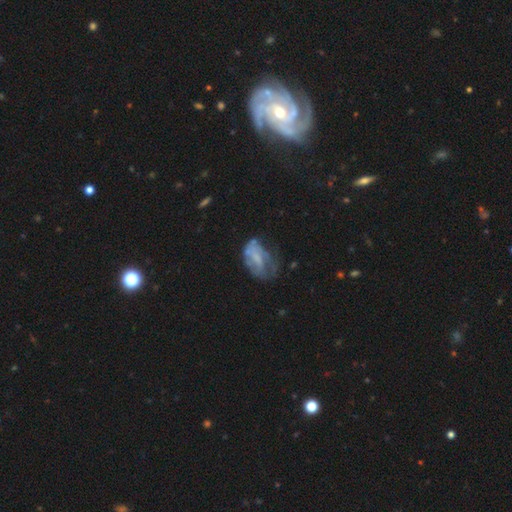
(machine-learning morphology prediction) Smooth or featured? featured or disk (53%)
Edge-on disk? no (96%)
Bar? no (61%)
Spiral arms? no (56%)
Bulge size? none (52%)
Merging? none (36%)